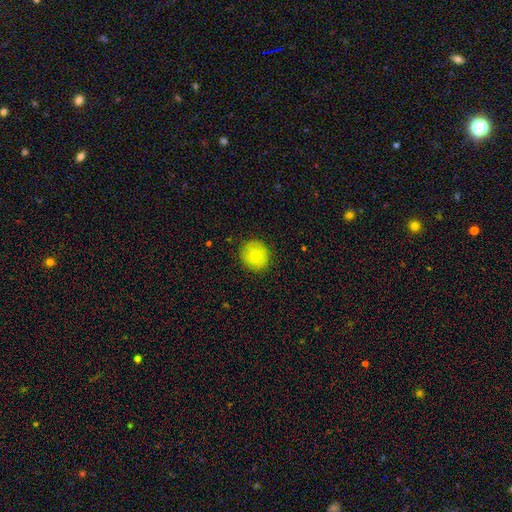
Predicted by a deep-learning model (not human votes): This is clearly a smooth galaxy (83%). How rounded: clearly round (84%). Merging: clearly none (87%).